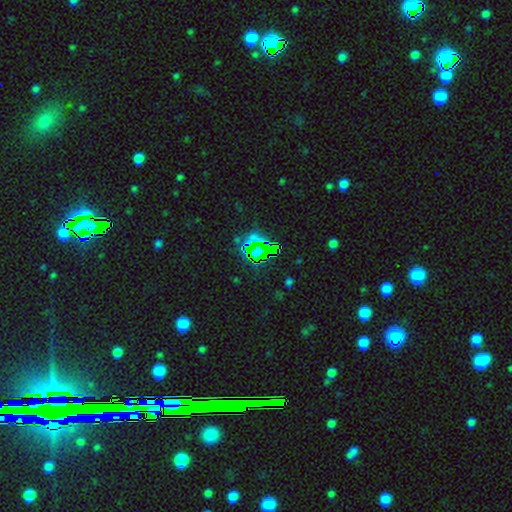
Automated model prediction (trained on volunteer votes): Smooth or featured? star or artifact (76%)